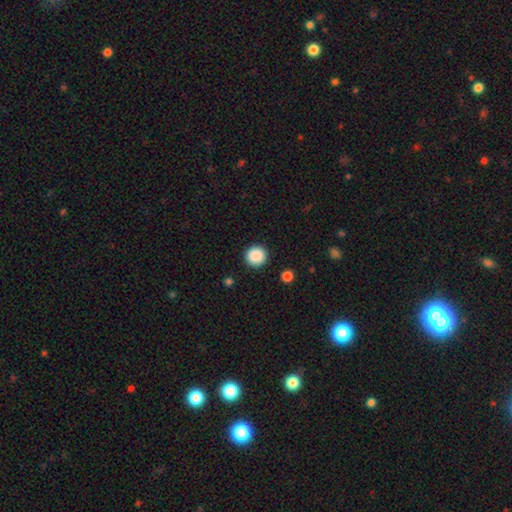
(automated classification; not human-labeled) smooth-or-featured: smooth: 88% | star or artifact: 9% | featured or disk: 3%
  how-rounded: round: 95% | in between: 4% | cigar-shaped: 1%
  merging: none: 92% | minor disturbance: 5% | major disturbance: 2% | merger: 1%